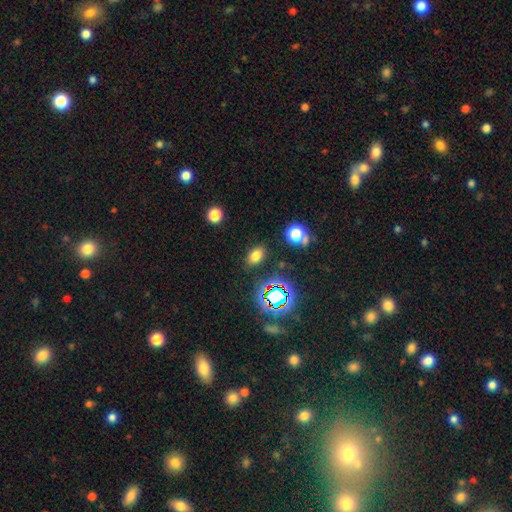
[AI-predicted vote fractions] The model was most divided on "smooth or featured": smooth: 72%, star or artifact: 20%, featured or disk: 8%. More confident: merging — none (85%); how rounded — in between (82%).